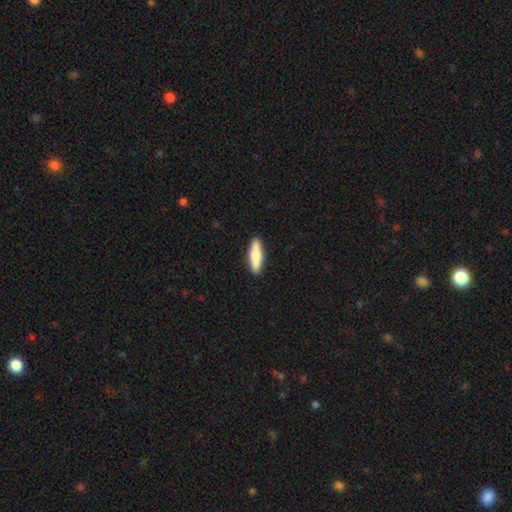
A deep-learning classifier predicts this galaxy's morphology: This is clearly a smooth galaxy (80%). How rounded: likely cigar-shaped (71%). Merging: clearly none (91%).